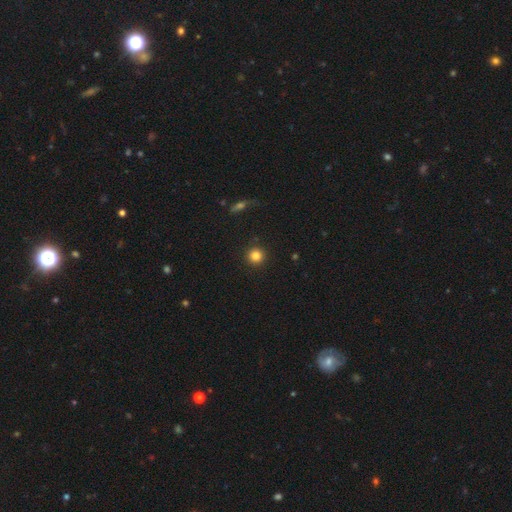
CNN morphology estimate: The model was most divided on "smooth or featured": smooth: 83%, star or artifact: 12%, featured or disk: 5%. More confident: how rounded — round (95%); merging — none (91%).